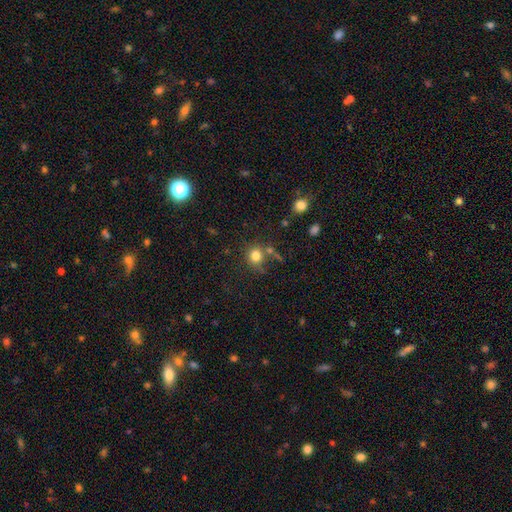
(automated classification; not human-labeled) smooth 80%, star or artifact 13%, featured or disk 7%. Down the decision tree: how rounded — round (87%); merging — none (69%).